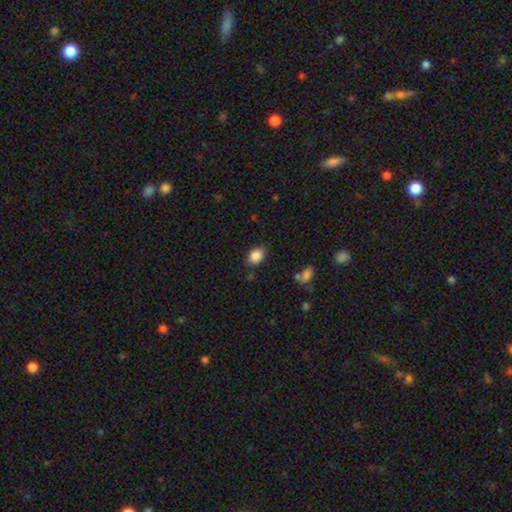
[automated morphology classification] This is clearly a smooth galaxy (88%). How rounded: likely in between (74%). Merging: likely none (79%).